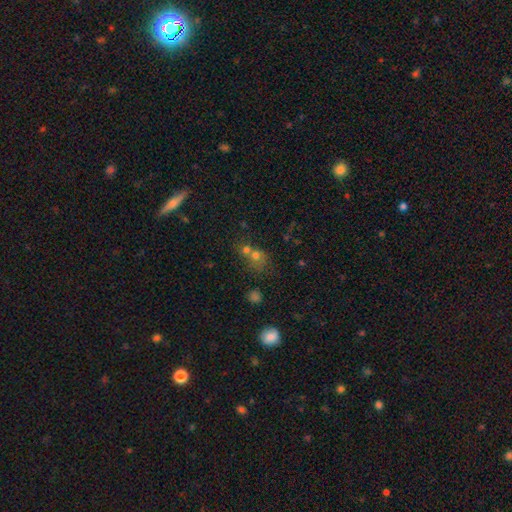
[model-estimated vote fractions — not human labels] Smooth or featured? Predicted: smooth (p=0.65). How rounded? Predicted: round (p=0.76). Merging? Predicted: merger (p=0.54).